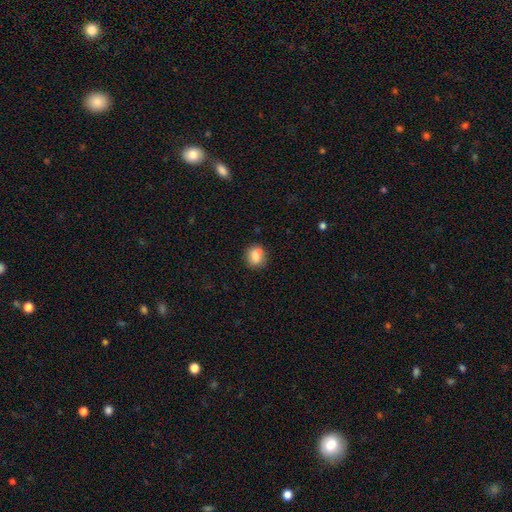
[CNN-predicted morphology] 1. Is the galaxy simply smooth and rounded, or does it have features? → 80% smooth, 11% featured or disk, 9% star or artifact.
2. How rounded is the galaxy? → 74% round, 25% in between, 1% cigar-shaped.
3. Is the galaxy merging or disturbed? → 66% none, 17% minor disturbance, 13% merger, 4% major disturbance.